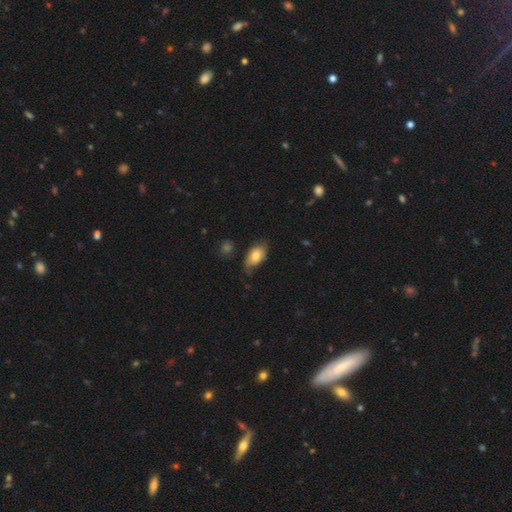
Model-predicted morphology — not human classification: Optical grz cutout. It shows a smooth galaxy with no disk features (70%) that is in between round and cigar-shaped (91%). Merging: none (52%).